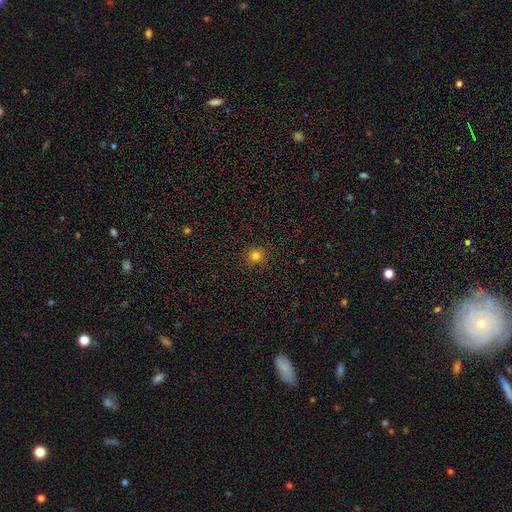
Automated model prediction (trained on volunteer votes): Smooth or featured: smooth — 81% (star or artifact — 14%)
How rounded: round — 92% (in between — 7%)
Merging: none — 91% (minor disturbance — 6%)